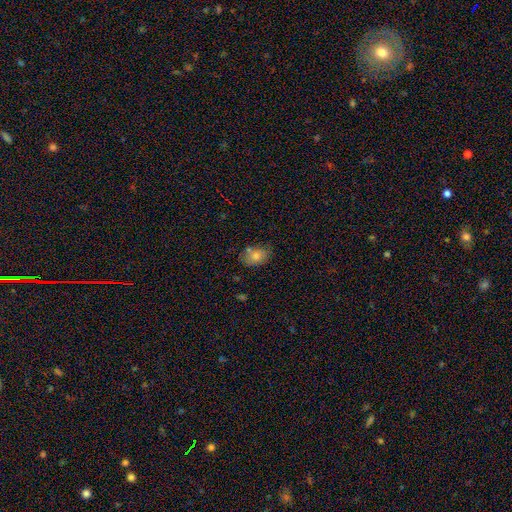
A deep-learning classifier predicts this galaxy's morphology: Q: Smooth or featured?
A: smooth (78%); runner-up: featured or disk (13%)
Q: How rounded?
A: in between (74%); runner-up: round (25%)
Q: Merging?
A: none (65%); runner-up: minor disturbance (20%)